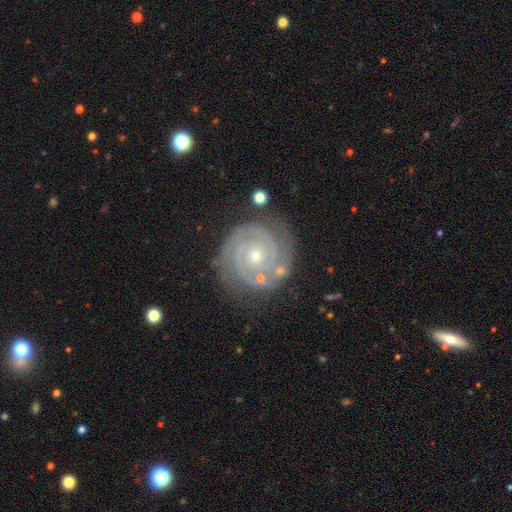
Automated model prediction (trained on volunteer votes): Q: Smooth or featured?
A: featured or disk (91%); runner-up: star or artifact (5%)
Q: Edge-on disk?
A: no (98%); runner-up: yes (2%)
Q: Bar?
A: no (76%); runner-up: weak (18%)
Q: Spiral arms?
A: yes (98%); runner-up: no (2%)
Q: Spiral winding?
A: tight (85%); runner-up: medium (13%)
Q: Spiral arm count?
A: 2 (62%); runner-up: 3 (18%)
Q: Bulge size?
A: small (71%); runner-up: moderate (26%)
Q: Merging?
A: none (79%); runner-up: minor disturbance (14%)